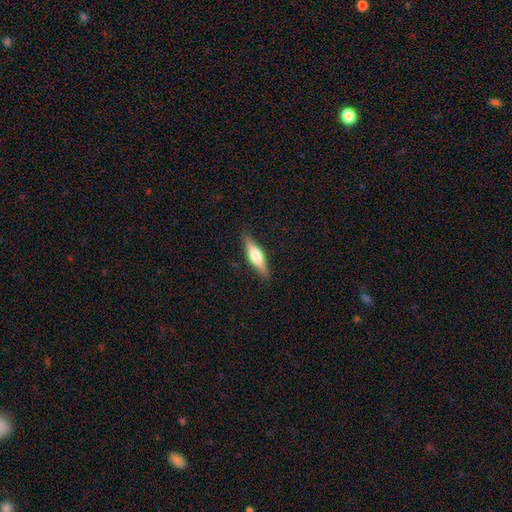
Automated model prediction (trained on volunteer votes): A smooth galaxy with no disk features (52%) that is cigar-shaped (67%). Merging: none (88%).